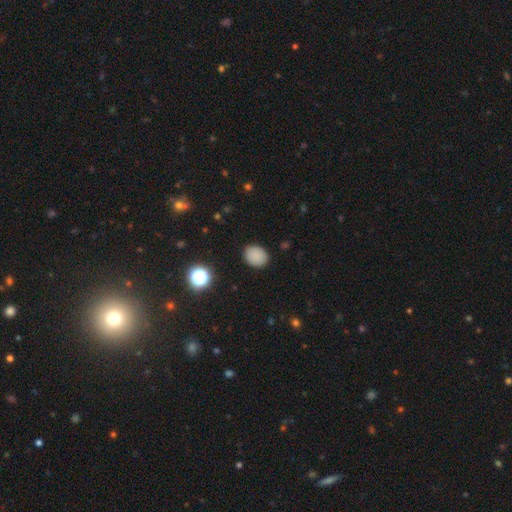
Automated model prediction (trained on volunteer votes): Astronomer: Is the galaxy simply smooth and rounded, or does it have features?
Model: smooth — 85%.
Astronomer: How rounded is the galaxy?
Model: round — 52% (runner-up: in between, 47%).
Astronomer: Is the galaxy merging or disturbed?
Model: none — 87%.